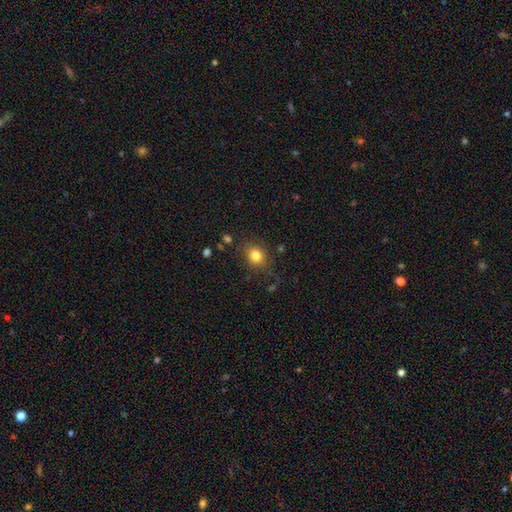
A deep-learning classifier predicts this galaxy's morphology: A smooth galaxy with no disk features (82%) that is round (69%). Merging: none (83%).